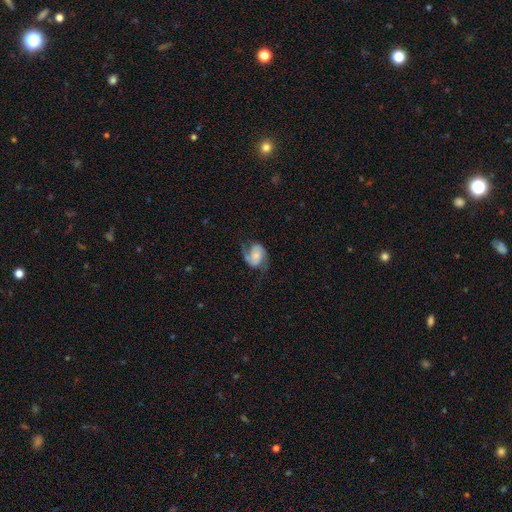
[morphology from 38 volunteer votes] A featured or disk galaxy (82%) with no bar (40%), 2 (97%) medium (70%) spiral arms (100%) and a small central bulge (37%). Merging: none (68%).